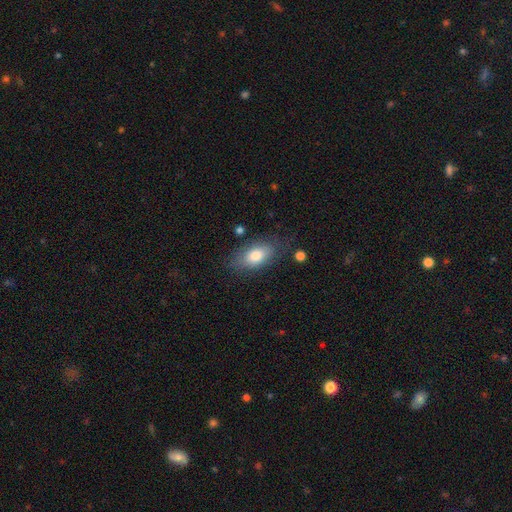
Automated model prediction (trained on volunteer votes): Smooth or featured?
  - smooth: 78% *
  - featured or disk: 15%
  - star or artifact: 7%
How rounded?
  - in between: 89% *
  - round: 6%
  - cigar-shaped: 5%
Merging?
  - none: 74% *
  - minor disturbance: 17%
  - major disturbance: 6%
  - merger: 3%